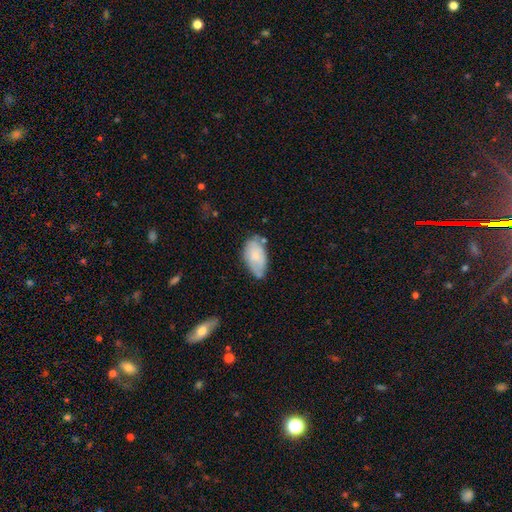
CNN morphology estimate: Smooth or featured? smooth (64%)
How rounded? in between (94%)
Merging? none (50%)